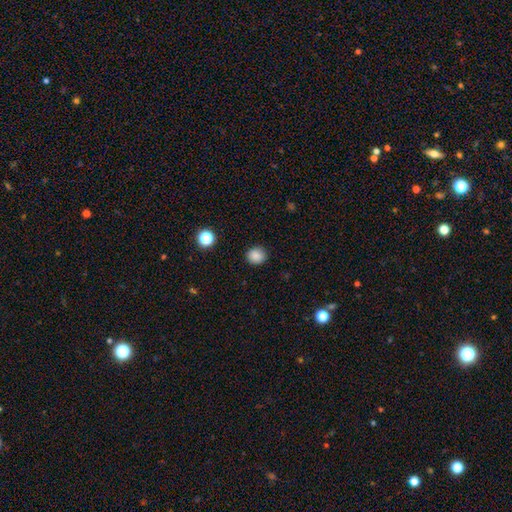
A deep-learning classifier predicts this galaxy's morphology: This is clearly a smooth galaxy (86%). How rounded: clearly round (87%). Merging: clearly none (89%).